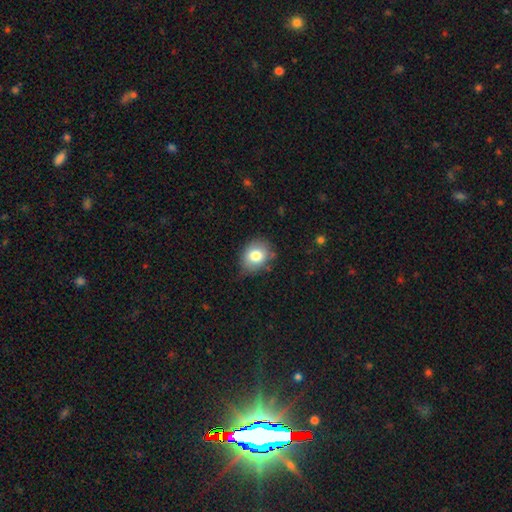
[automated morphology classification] Smooth or featured: smooth — 79% (featured or disk — 11%)
How rounded: round — 60% (in between — 39%)
Merging: none — 71% (minor disturbance — 23%)